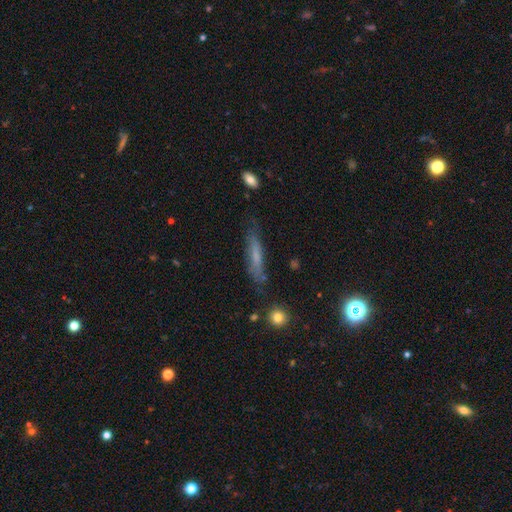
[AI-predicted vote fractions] Smooth or featured?
  - smooth: 54% *
  - featured or disk: 36%
  - star or artifact: 9%
How rounded?
  - cigar-shaped: 83% *
  - in between: 15%
  - round: 2%
Merging?
  - none: 72% *
  - minor disturbance: 20%
  - major disturbance: 6%
  - merger: 3%